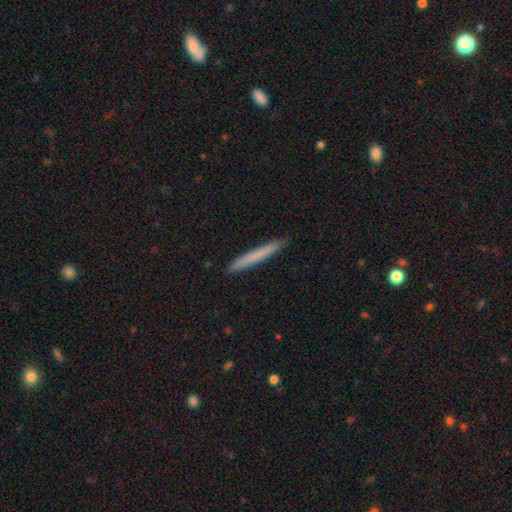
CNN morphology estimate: The model was most divided on "smooth or featured": smooth: 72%, featured or disk: 23%, star or artifact: 6%. More confident: how rounded — cigar-shaped (97%); merging — none (92%).